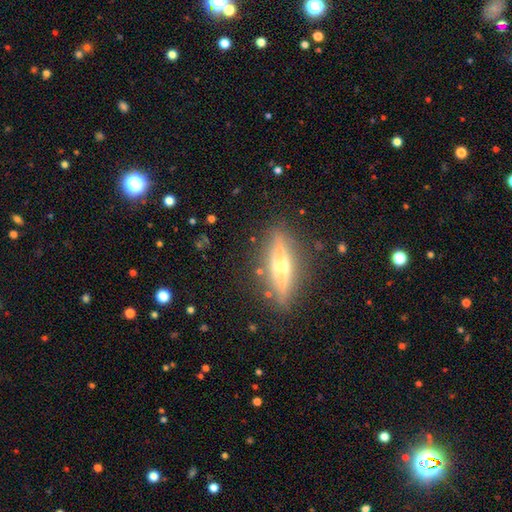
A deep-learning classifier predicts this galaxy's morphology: smooth_or_featured: featured or disk (p=0.59) [alt: smooth p=0.30]
disk_edge_on: yes (p=0.86) [alt: no p=0.14]
edge_on_bulge: rounded (p=0.90) [alt: none p=0.06]
merging: none (p=0.84) [alt: minor disturbance p=0.11]